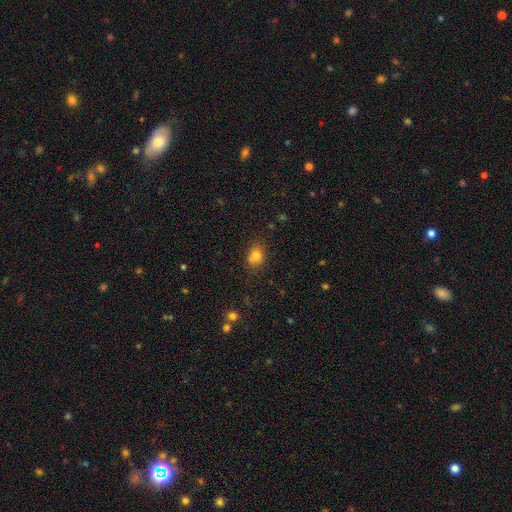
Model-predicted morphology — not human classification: Smooth or featured? Predicted: smooth (p=0.75). How rounded? Predicted: round (p=0.50). Merging? Predicted: none (p=0.64).